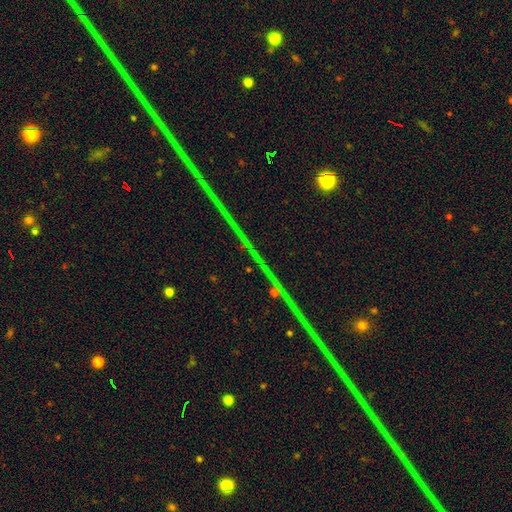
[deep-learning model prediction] A star or artifact, not a galaxy (87%).

Vote fractions:
- Smooth or featured? star or artifact: 87% / featured or disk: 8% / smooth: 6%